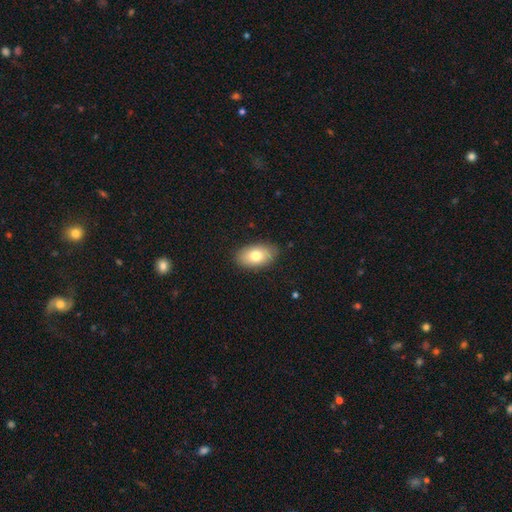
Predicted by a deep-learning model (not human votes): A smooth galaxy with no disk features (77%) that is in between round and cigar-shaped (93%).

Vote fractions:
- Smooth or featured? smooth: 77% / featured or disk: 15% / star or artifact: 7%
- How rounded? in between: 93% / round: 6% / cigar-shaped: 2%
- Merging? none: 86% / minor disturbance: 11% / major disturbance: 2% / merger: 1%